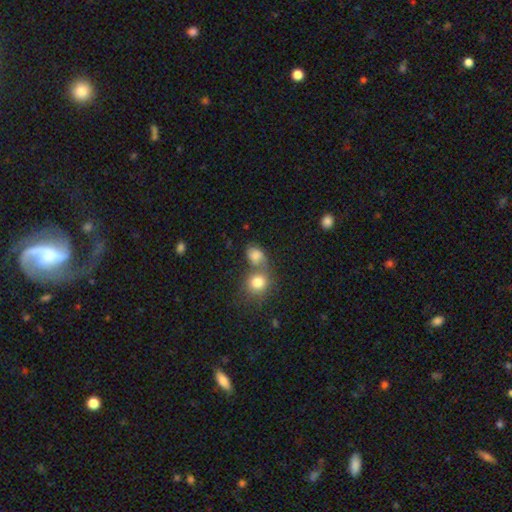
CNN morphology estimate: type=smooth (69%); roundness=in between (50%); merging=merger (45%).